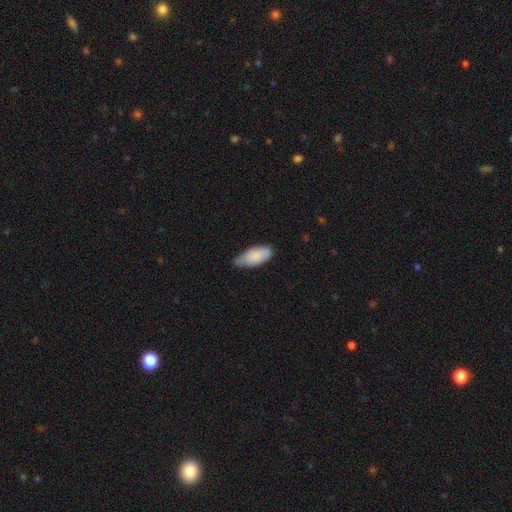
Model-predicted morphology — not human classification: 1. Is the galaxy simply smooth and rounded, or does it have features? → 84% smooth, 10% featured or disk, 6% star or artifact.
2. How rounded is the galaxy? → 87% in between, 12% cigar-shaped, 2% round.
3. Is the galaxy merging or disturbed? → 50% none, 41% minor disturbance, 6% major disturbance, 2% merger.